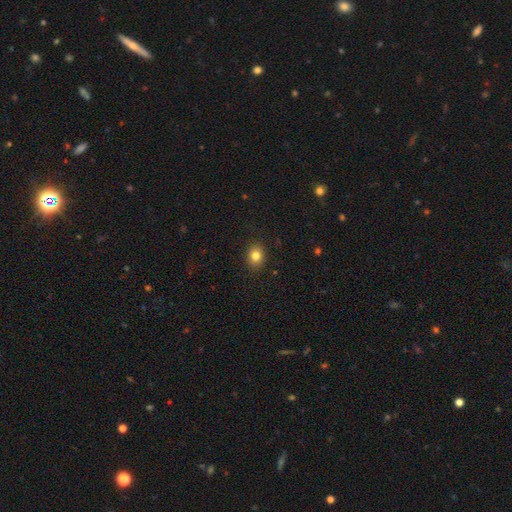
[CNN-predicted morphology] Overall: smooth (82%). How rounded: round (57%; in between 42%). Merging: none (89%).